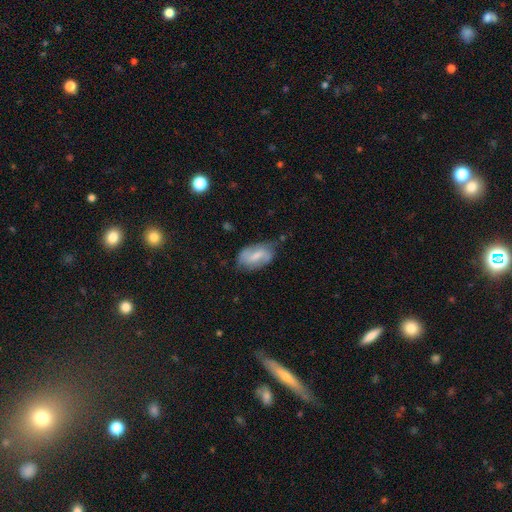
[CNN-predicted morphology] Smooth or featured?
  - featured or disk: 52% *
  - smooth: 40%
  - star or artifact: 7%
Edge-on disk?
  - no: 95% *
  - yes: 5%
Merging?
  - none: 59% *
  - minor disturbance: 30%
  - major disturbance: 9%
  - merger: 2%